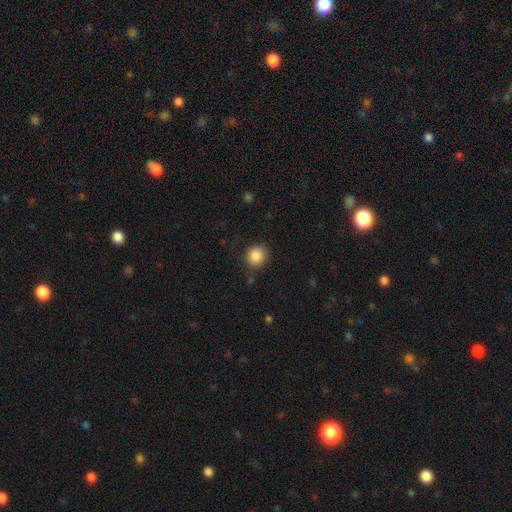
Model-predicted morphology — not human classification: This appears to be a smooth galaxy with no disk features (87%) that is round (82%). Merging: none (85%).